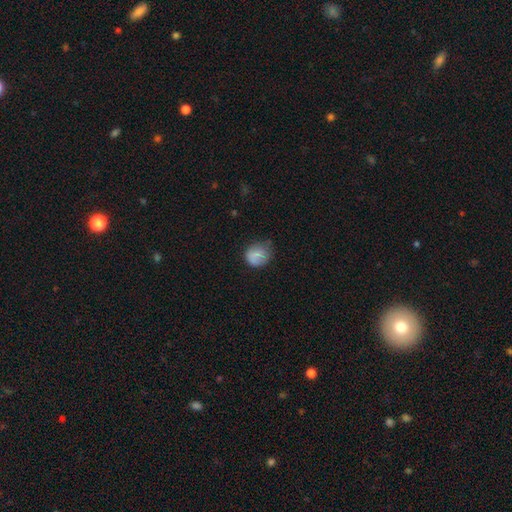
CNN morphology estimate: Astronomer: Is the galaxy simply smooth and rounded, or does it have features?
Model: smooth — 78%.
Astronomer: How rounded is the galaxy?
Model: round — 76%.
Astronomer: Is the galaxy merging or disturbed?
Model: none — 58%.